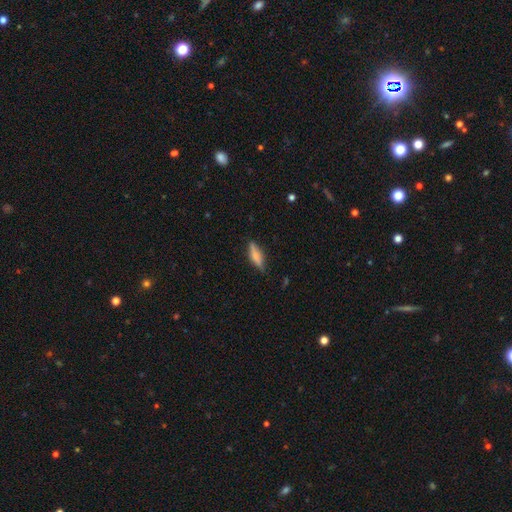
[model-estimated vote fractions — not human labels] Smooth or featured? smooth (62%)
How rounded? cigar-shaped (61%)
Merging? none (81%)